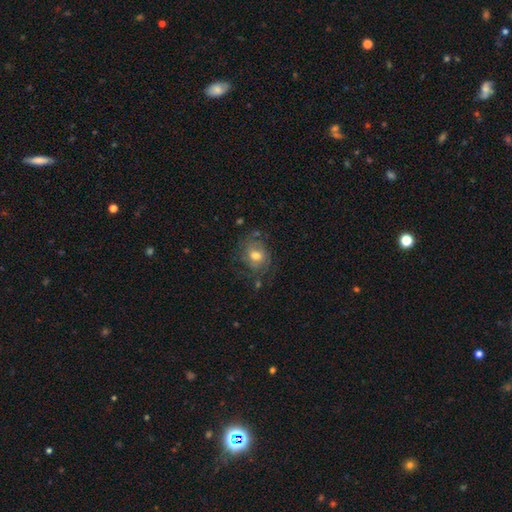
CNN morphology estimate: Smooth or featured: smooth — 49% (featured or disk — 41%)
Merging: none — 57% (minor disturbance — 23%)